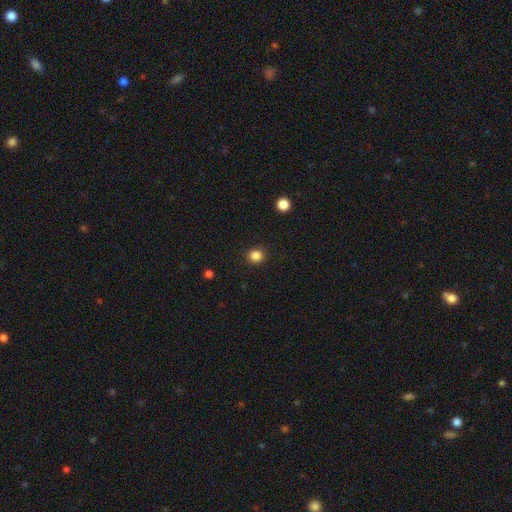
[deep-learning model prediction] This is clearly a smooth galaxy (84%). How rounded: clearly round (89%). Merging: clearly none (91%).